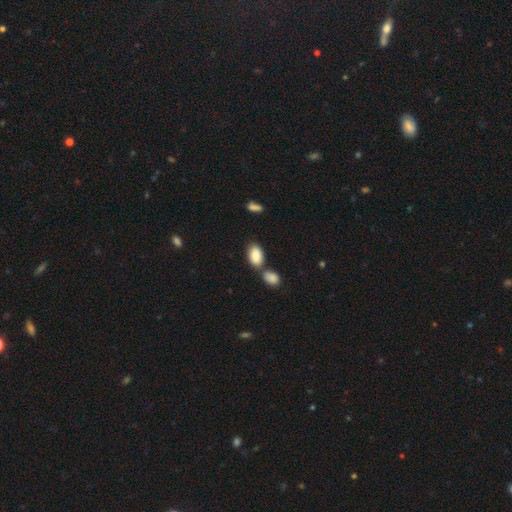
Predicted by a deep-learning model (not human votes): This is clearly a smooth galaxy (87%). How rounded: clearly in between (93%). Merging: possibly none (50%).